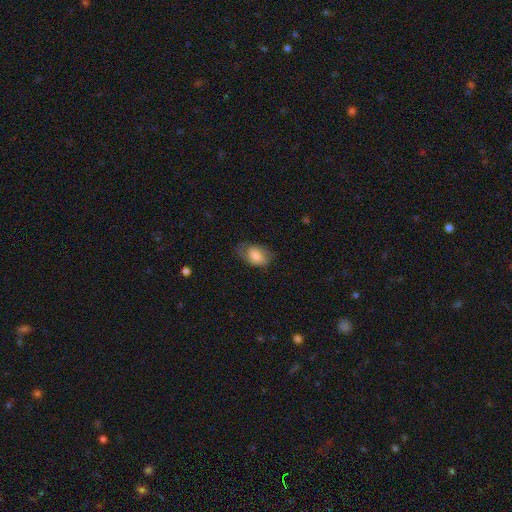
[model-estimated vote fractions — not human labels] Smooth or featured?
  - smooth: 74% *
  - featured or disk: 19%
  - star or artifact: 7%
How rounded?
  - in between: 87% *
  - round: 12%
  - cigar-shaped: 1%
Merging?
  - none: 59% *
  - minor disturbance: 28%
  - major disturbance: 12%
  - merger: 1%